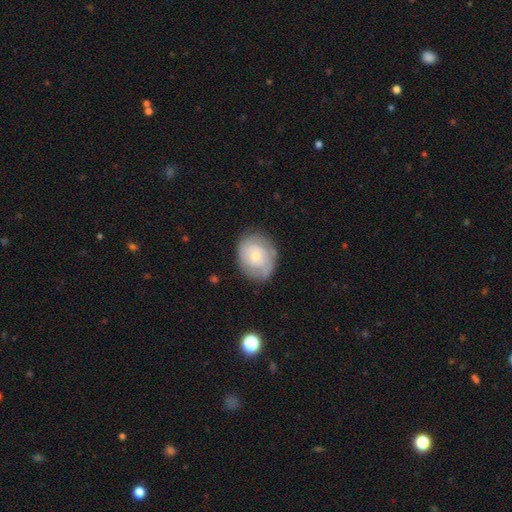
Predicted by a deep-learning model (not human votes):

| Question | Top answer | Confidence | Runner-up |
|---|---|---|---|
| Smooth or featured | featured or disk | 53% | smooth (40%) |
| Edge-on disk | no | 97% | yes (3%) |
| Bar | no | 70% | weak (27%) |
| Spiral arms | yes | 73% | no (27%) |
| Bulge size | small | 58% | moderate (37%) |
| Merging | none | 71% | minor disturbance (21%) |